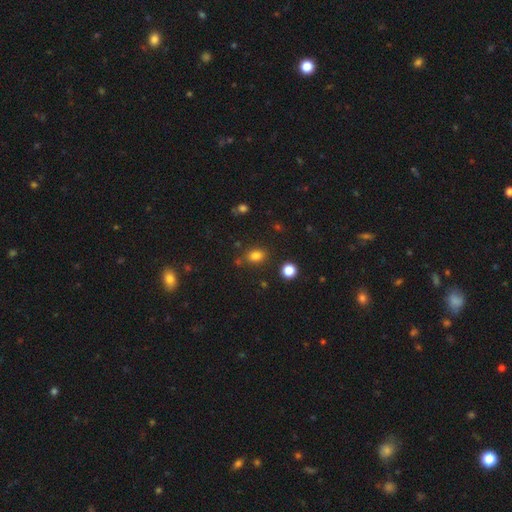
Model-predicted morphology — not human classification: A smooth galaxy with no disk features (81%) that is in between round and cigar-shaped (70%). Merging: none (77%).